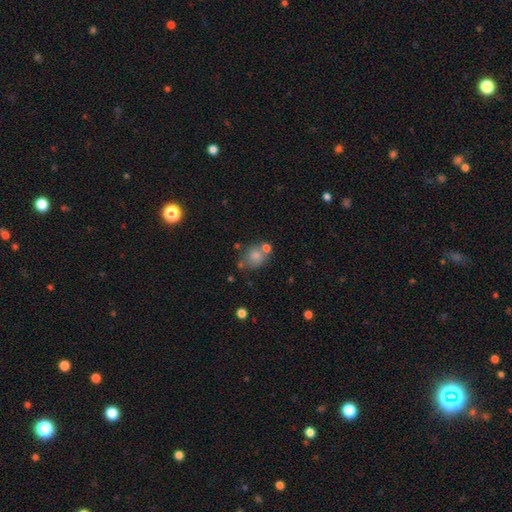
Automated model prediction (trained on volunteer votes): Smooth or featured: smooth — 76% (featured or disk — 13%)
How rounded: round — 63% (in between — 36%)
Merging: none — 52% (merger — 25%)